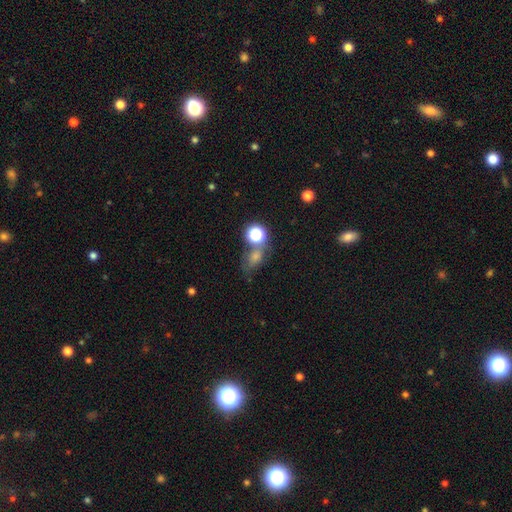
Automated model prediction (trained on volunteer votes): The model was most divided on "how rounded": in between: 53%, round: 44%, cigar-shaped: 3%. Remaining: smooth or featured — smooth (65%); merging — none (45%).